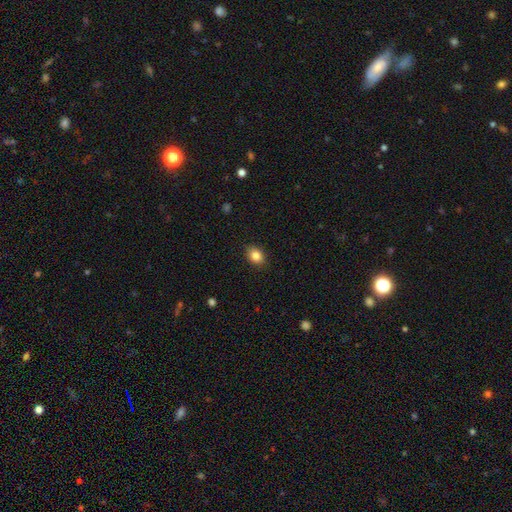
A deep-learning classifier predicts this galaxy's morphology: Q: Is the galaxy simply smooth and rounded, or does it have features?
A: smooth — 85%.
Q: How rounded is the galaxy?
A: in between — 60%.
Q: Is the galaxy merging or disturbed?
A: none — 87%.